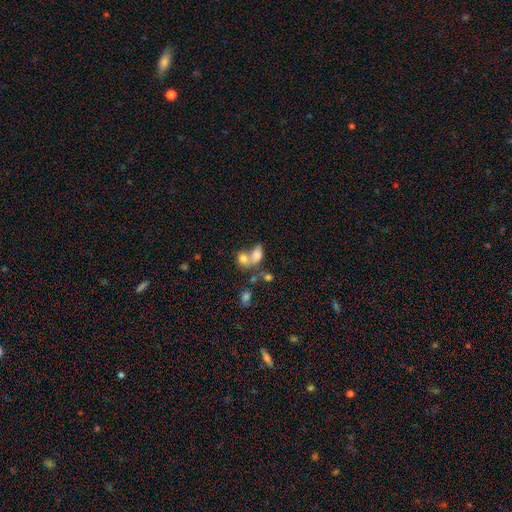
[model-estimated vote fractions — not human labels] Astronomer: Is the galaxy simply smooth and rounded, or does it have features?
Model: smooth — 74%.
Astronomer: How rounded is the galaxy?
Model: in between — 75%.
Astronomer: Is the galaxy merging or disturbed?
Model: merger — 61%.